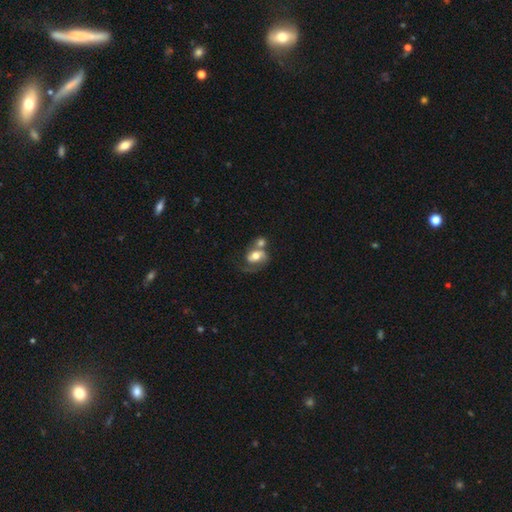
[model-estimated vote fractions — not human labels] Morphology: type=featured or disk (55%); edge-on=no (96%); bar=no (60%); spiral arms=yes (76%); bulge=moderate (54%); merging=merger (51%).